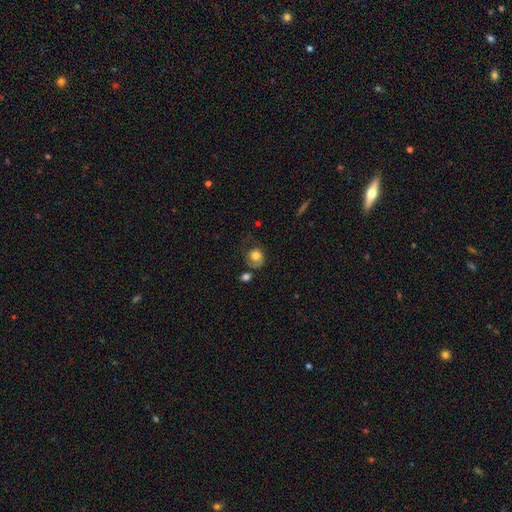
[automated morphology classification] smooth_or_featured: smooth (p=0.73) [alt: featured or disk p=0.18]
how_rounded: round (p=0.69) [alt: in between p=0.30]
merging: none (p=0.45) [alt: minor disturbance p=0.27]